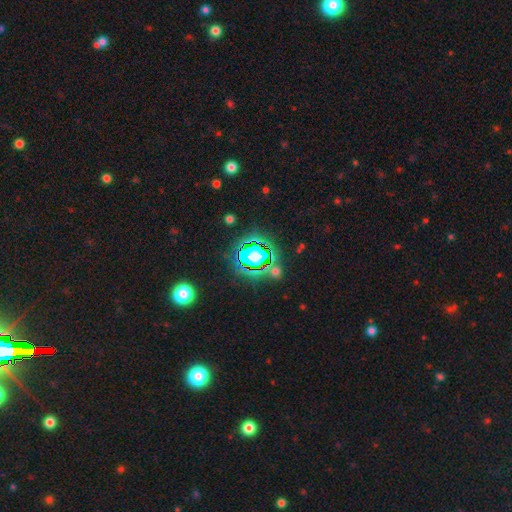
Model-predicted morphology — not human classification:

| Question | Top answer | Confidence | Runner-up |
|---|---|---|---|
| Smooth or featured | star or artifact | 81% | smooth (12%) |